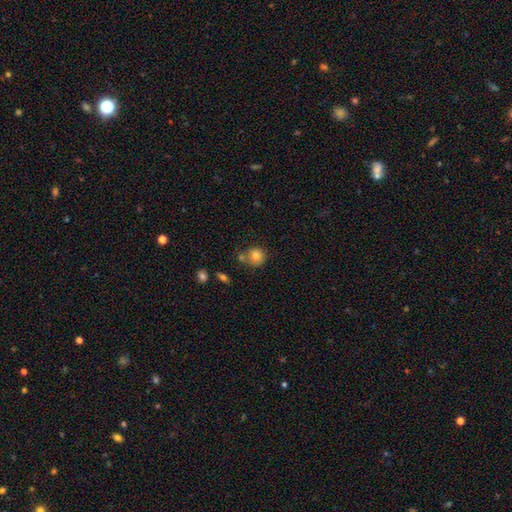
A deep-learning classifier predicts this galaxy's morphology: Smooth or featured? Predicted: smooth (p=0.79). How rounded? Predicted: round (p=0.86). Merging? Predicted: none (p=0.62).